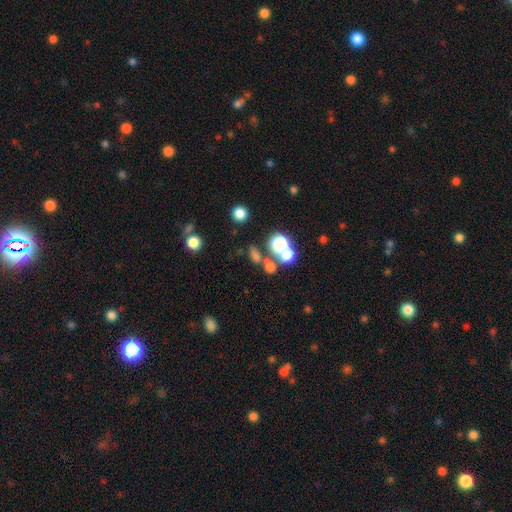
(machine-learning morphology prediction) This appears to be a smooth galaxy with no disk features (60%) that is round (54%). Merging: none (56%).